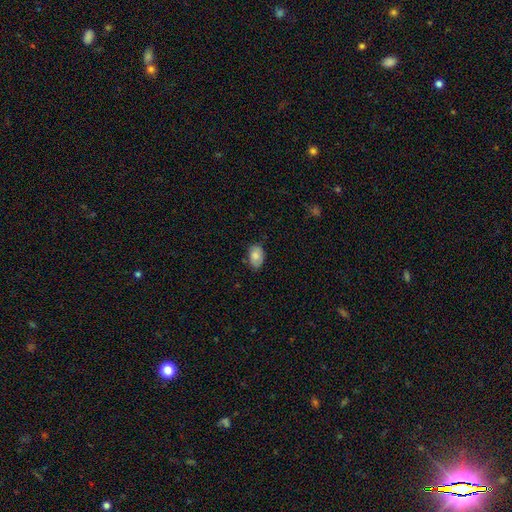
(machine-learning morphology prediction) Q: Smooth or featured?
A: smooth (82%); runner-up: featured or disk (11%)
Q: How rounded?
A: in between (87%); runner-up: round (12%)
Q: Merging?
A: none (72%); runner-up: minor disturbance (22%)